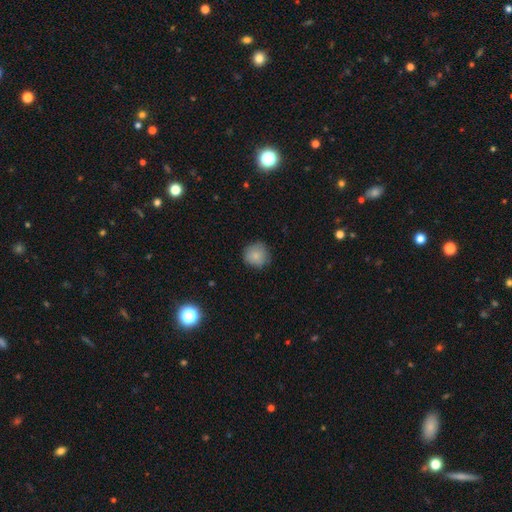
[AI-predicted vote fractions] Smooth or featured: smooth — 83% (star or artifact — 9%)
How rounded: round — 90% (in between — 9%)
Merging: none — 80% (minor disturbance — 16%)